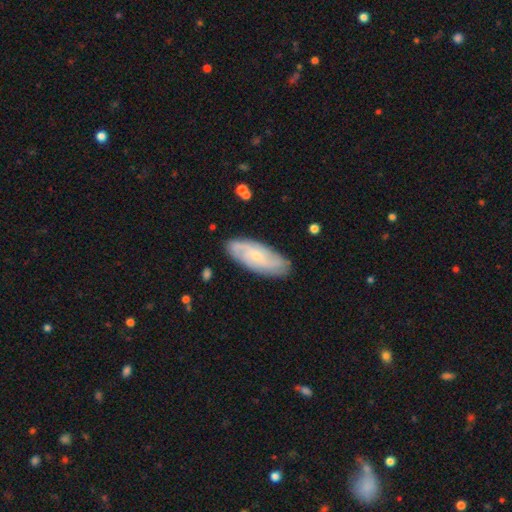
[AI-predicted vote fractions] A featured or disk galaxy (71%) with no bar (70%), tight (50%) spiral arms (93%) and a small central bulge (74%).

Vote fractions:
- Smooth or featured? featured or disk: 71% / smooth: 23% / star or artifact: 6%
- Edge-on disk? no: 91% / yes: 9%
- Bar? no: 70% / weak: 26% / strong: 4%
- Spiral arms? yes: 93% / no: 7%
- Spiral winding? tight: 50% / medium: 37% / loose: 13%
- Spiral arm count? can't tell: 33% / 3: 22% / 2: 22% / 4: 13% / more than 4: 5% / 1: 4%
- Bulge size? small: 74% / moderate: 20% / none: 4% / large: 1% / dominant: 1%
- Merging? none: 83% / minor disturbance: 13% / major disturbance: 2% / merger: 1%